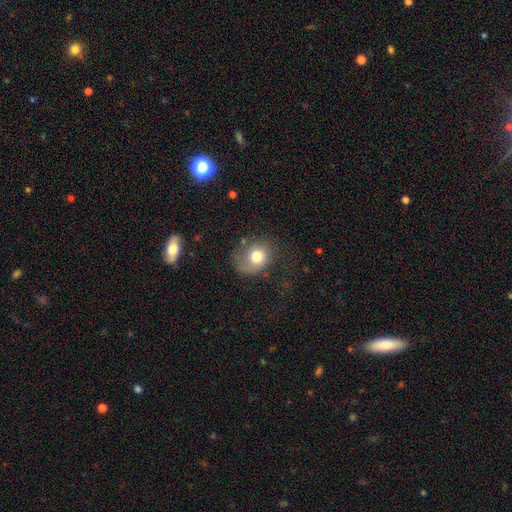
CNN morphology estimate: Smooth or featured: smooth — 67% (featured or disk — 24%)
How rounded: round — 59% (in between — 41%)
Merging: none — 47% (minor disturbance — 27%)